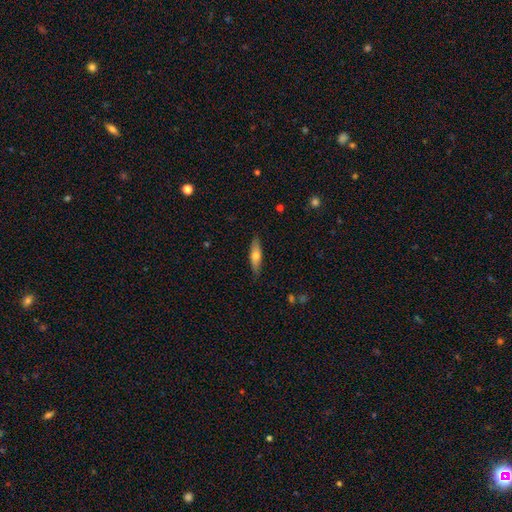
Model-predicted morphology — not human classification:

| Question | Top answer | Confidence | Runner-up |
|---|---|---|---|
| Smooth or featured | smooth | 58% | featured or disk (36%) |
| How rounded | cigar-shaped | 62% | in between (36%) |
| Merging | none | 85% | minor disturbance (12%) |